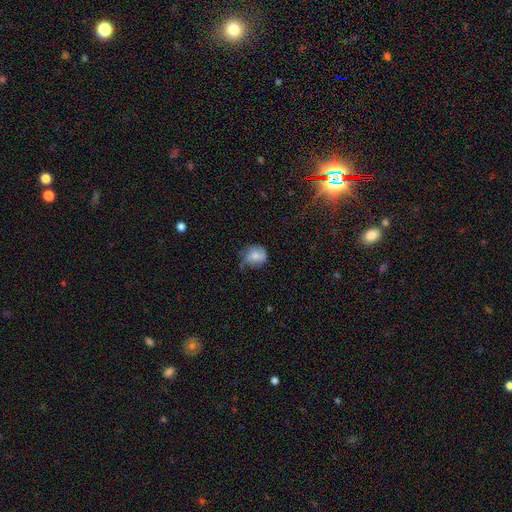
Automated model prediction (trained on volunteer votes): Overall: smooth (61%; featured or disk 30%). How rounded: round (67%; in between 32%). Merging: none (44%; minor disturbance 36%).